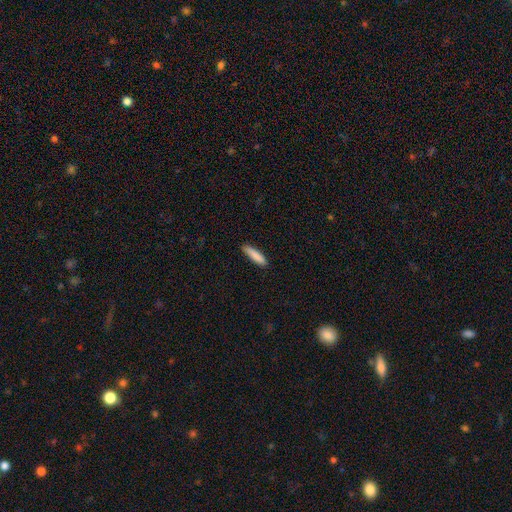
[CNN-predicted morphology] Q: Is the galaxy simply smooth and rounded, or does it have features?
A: smooth — 87%.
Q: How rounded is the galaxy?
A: cigar-shaped — 81%.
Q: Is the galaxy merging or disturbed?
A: none — 86%.